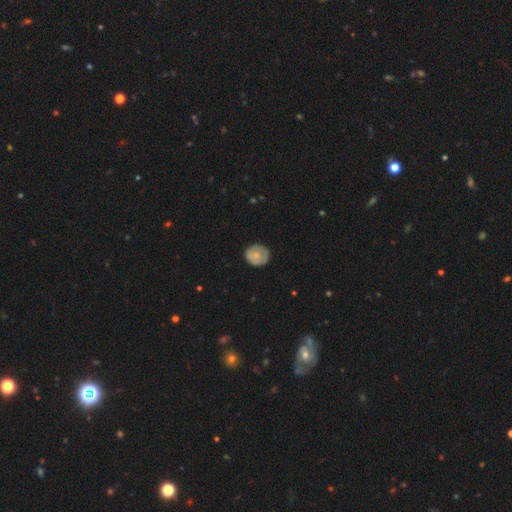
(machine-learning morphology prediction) smooth_or_featured: smooth (p=0.68) [alt: featured or disk p=0.26]
how_rounded: round (p=0.82) [alt: in between p=0.17]
merging: none (p=0.78) [alt: minor disturbance p=0.17]